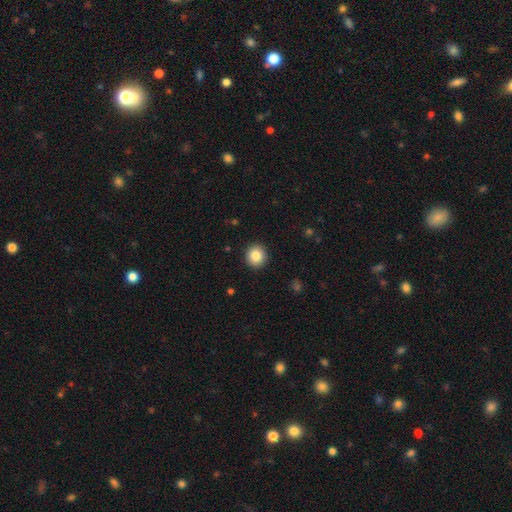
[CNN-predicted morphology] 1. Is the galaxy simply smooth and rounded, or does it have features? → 85% smooth, 9% star or artifact, 6% featured or disk.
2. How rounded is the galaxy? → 90% round, 9% in between, 1% cigar-shaped.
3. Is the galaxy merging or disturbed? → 92% none, 5% minor disturbance, 2% major disturbance, 1% merger.